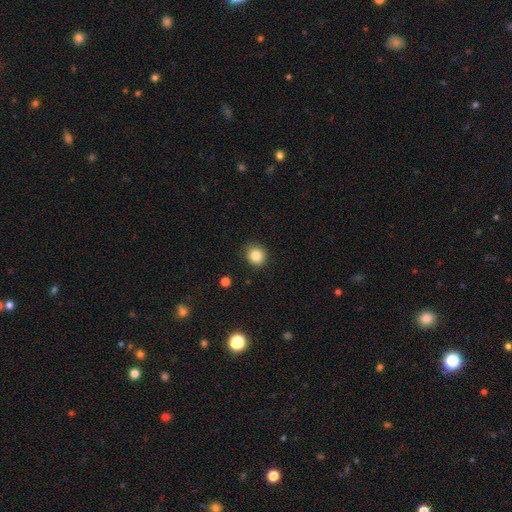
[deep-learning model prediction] smooth 84%, star or artifact 11%, featured or disk 6%. Down the decision tree: how rounded — round (85%); merging — none (90%).